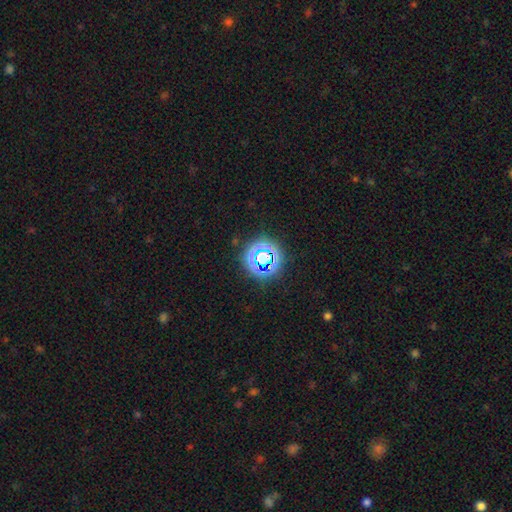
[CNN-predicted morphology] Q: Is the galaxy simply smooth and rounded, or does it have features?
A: star or artifact — 73%.